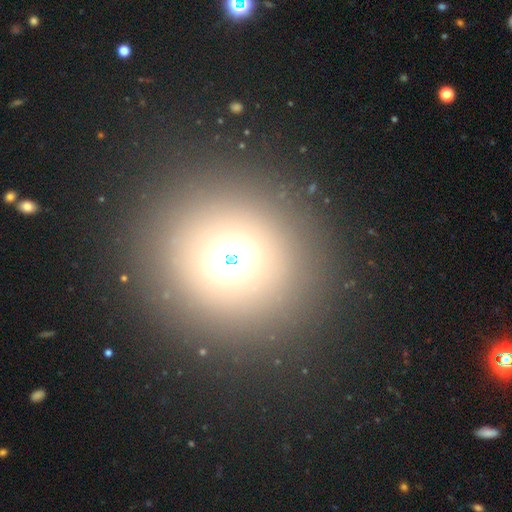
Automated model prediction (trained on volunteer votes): Morphology: type=star or artifact (41%).